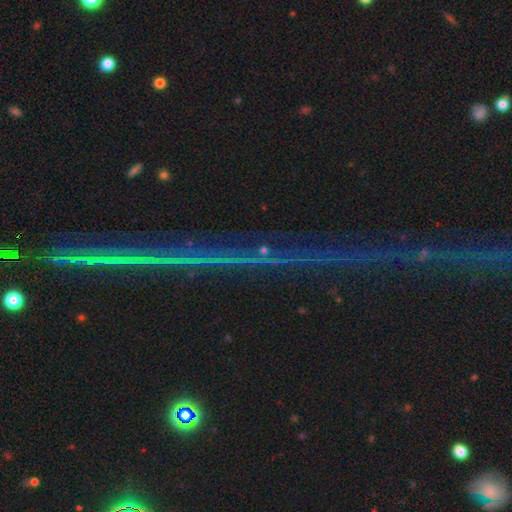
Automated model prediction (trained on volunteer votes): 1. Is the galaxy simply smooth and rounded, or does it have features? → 84% star or artifact, 10% featured or disk, 6% smooth.